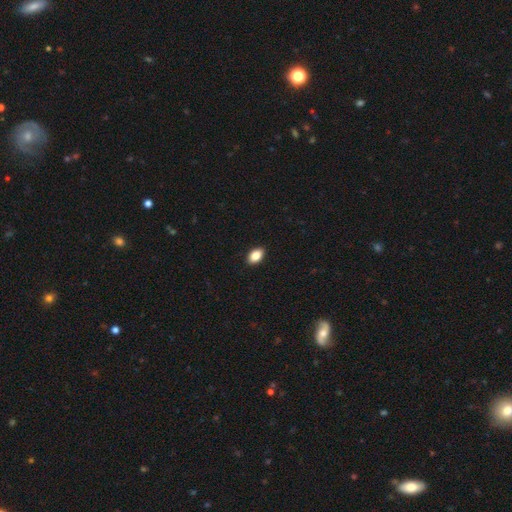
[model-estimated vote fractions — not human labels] Smooth or featured: smooth — 86% (star or artifact — 8%)
How rounded: in between — 89% (round — 9%)
Merging: none — 91% (minor disturbance — 7%)